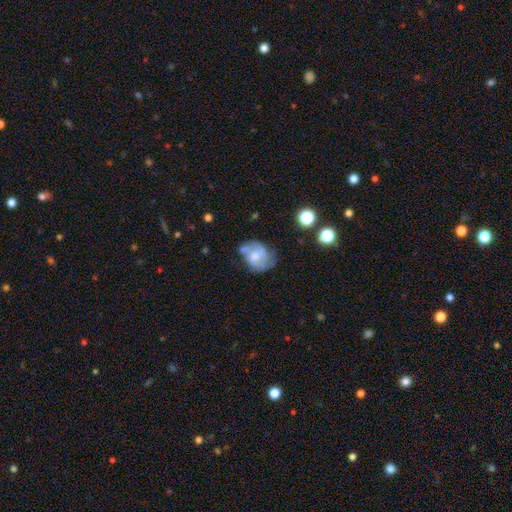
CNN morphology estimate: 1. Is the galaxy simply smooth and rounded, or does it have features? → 54% featured or disk, 37% smooth, 9% star or artifact.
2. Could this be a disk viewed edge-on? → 97% no, 3% yes.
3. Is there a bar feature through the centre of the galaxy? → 66% no, 29% weak, 5% strong.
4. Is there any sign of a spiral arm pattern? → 68% yes, 32% no.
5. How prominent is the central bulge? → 38% moderate, 35% small, 16% none, 9% large, 2% dominant.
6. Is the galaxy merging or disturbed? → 43% none, 29% minor disturbance, 19% major disturbance, 9% merger.